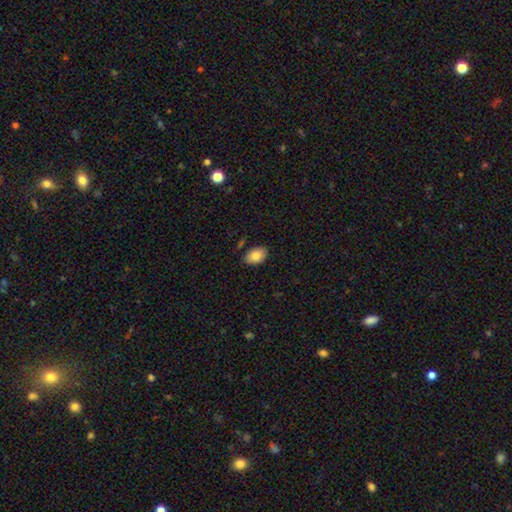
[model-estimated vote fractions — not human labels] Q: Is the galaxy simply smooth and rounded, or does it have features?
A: smooth — 85%.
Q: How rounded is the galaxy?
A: in between — 88%.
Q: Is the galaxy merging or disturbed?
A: none — 82%.